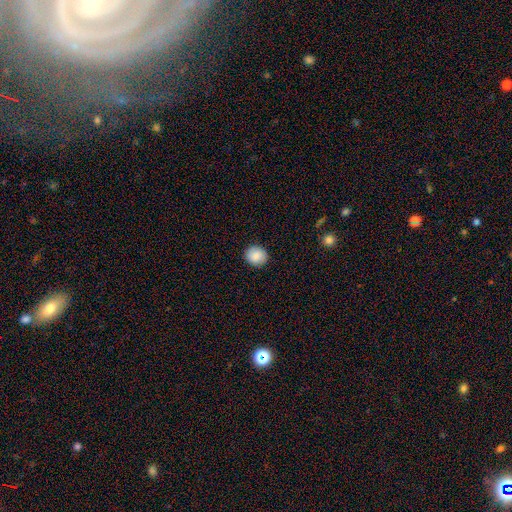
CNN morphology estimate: Smooth or featured?
  - smooth: 88% *
  - star or artifact: 8%
  - featured or disk: 4%
How rounded?
  - round: 78% *
  - in between: 21%
  - cigar-shaped: 1%
Merging?
  - none: 90% *
  - minor disturbance: 7%
  - major disturbance: 2%
  - merger: 1%